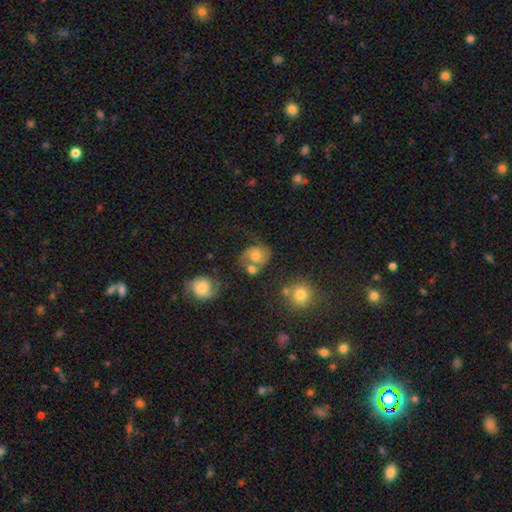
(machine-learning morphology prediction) Q: Smooth or featured?
A: smooth (47%); runner-up: featured or disk (40%)
Q: Merging?
A: none (39%); runner-up: merger (22%)